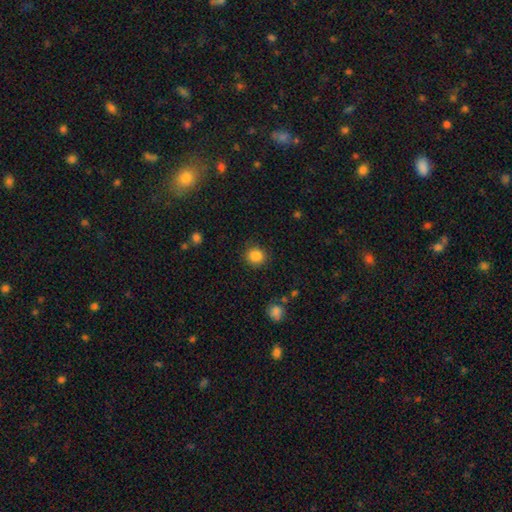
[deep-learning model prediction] smooth-or-featured: smooth: 86% | star or artifact: 10% | featured or disk: 4%
  how-rounded: round: 87% | in between: 12% | cigar-shaped: 1%
  merging: none: 88% | minor disturbance: 8% | major disturbance: 3% | merger: 1%